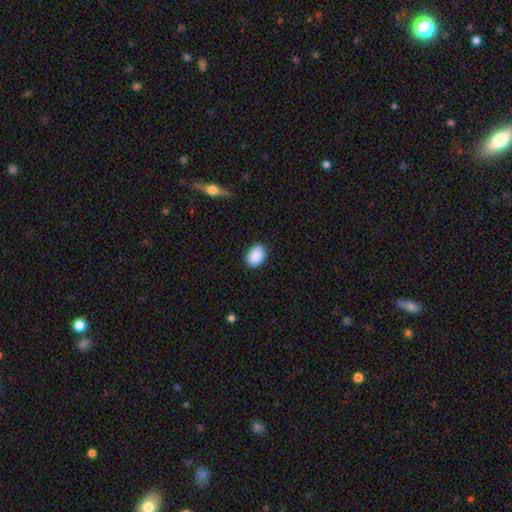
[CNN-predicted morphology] A smooth galaxy with no disk features (90%) that is in between round and cigar-shaped (81%). Merging: none (88%).